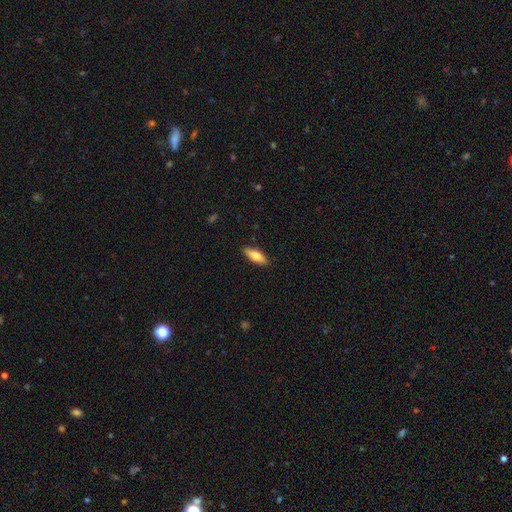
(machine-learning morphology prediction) Smooth or featured? Predicted: smooth (p=0.69). How rounded? Predicted: in between (p=0.52). Merging? Predicted: none (p=0.89).